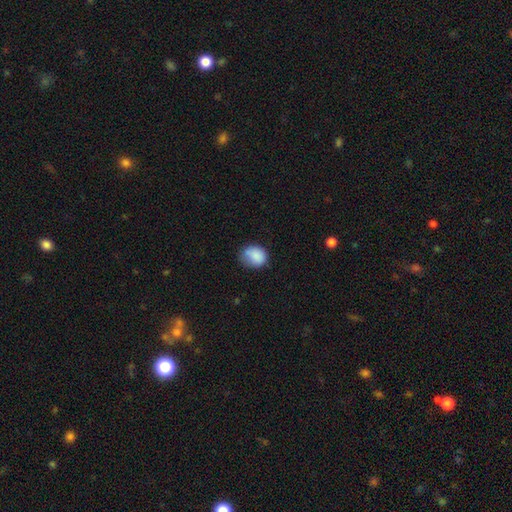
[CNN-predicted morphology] smooth_or_featured: smooth (p=0.85) [alt: star or artifact p=0.08]
how_rounded: round (p=0.50) [alt: in between p=0.49]
merging: none (p=0.53) [alt: minor disturbance p=0.34]